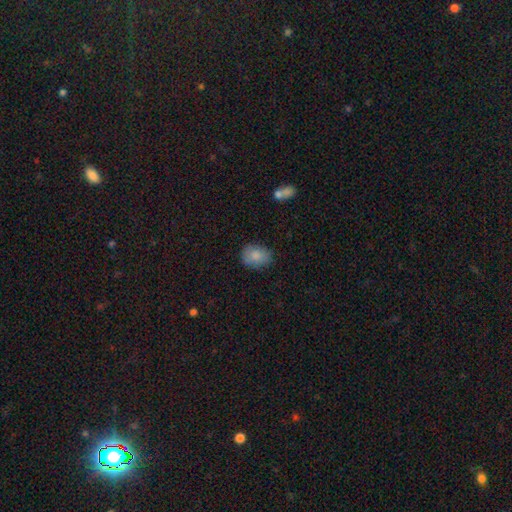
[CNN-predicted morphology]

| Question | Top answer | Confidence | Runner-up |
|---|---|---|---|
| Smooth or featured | smooth | 84% | featured or disk (8%) |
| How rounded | in between | 61% | round (38%) |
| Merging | none | 78% | minor disturbance (16%) |